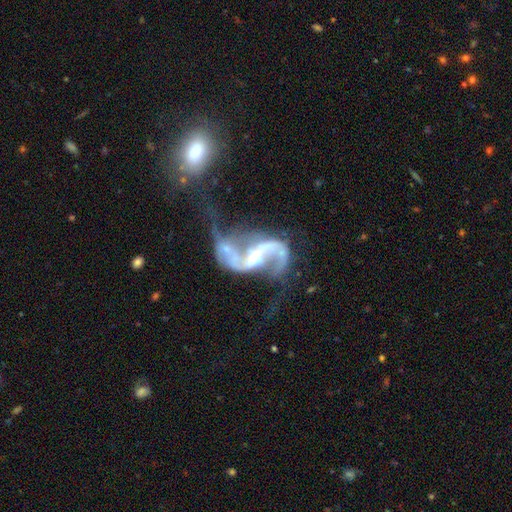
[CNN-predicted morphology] A featured or disk galaxy (90%) with a weak bar (42%), 2 (90%) loose (70%) spiral arms (94%) and a small central bulge (44%). Merging: merger (45%).